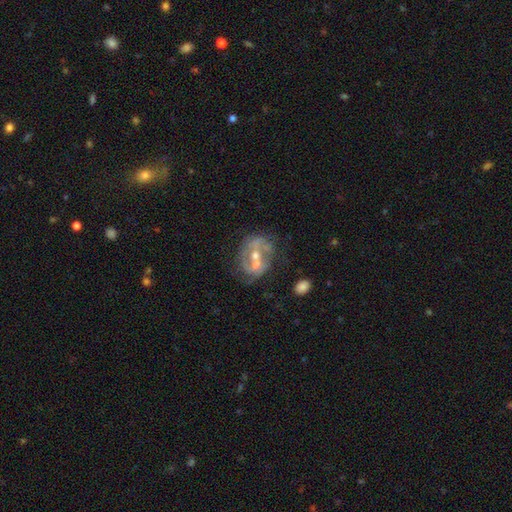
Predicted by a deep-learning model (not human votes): Q: Smooth or featured?
A: featured or disk (77%); runner-up: smooth (15%)
Q: Edge-on disk?
A: no (97%); runner-up: yes (3%)
Q: Bar?
A: no (41%); runner-up: weak (36%)
Q: Spiral arms?
A: yes (72%); runner-up: no (28%)
Q: Spiral winding?
A: medium (44%); runner-up: loose (28%)
Q: Spiral arm count?
A: 2 (69%); runner-up: can't tell (17%)
Q: Bulge size?
A: moderate (59%); runner-up: small (35%)
Q: Merging?
A: none (45%); runner-up: merger (26%)